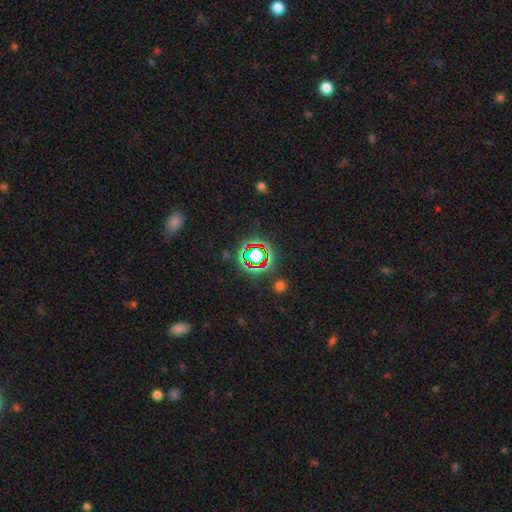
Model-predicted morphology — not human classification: A star or artifact, not a galaxy (70%).